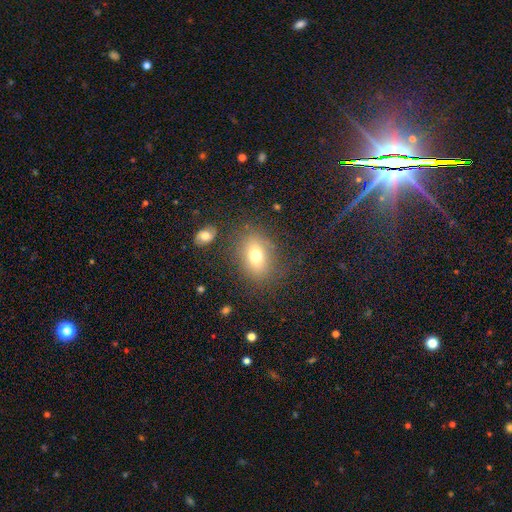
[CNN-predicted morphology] Smooth or featured: smooth — 72% (featured or disk — 15%)
How rounded: in between — 70% (round — 28%)
Merging: none — 77% (minor disturbance — 13%)